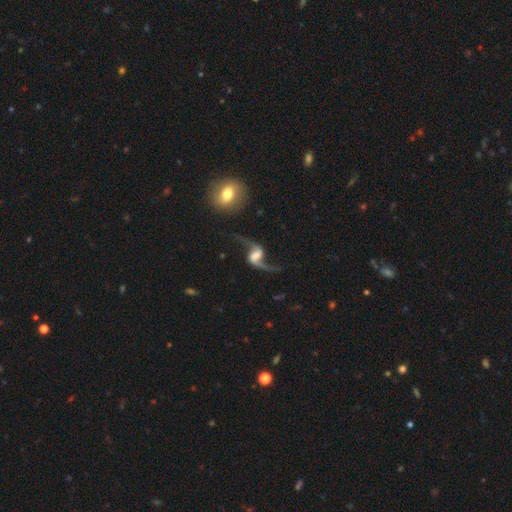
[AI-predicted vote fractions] A featured or disk galaxy (90%) with a weak bar (45%), 2 (94%) loose (91%) spiral arms (97%) and no central bulge (28%).

Vote fractions:
- Smooth or featured? featured or disk: 90% / star or artifact: 5% / smooth: 5%
- Edge-on disk? no: 97% / yes: 3%
- Bar? weak: 45% / strong: 31% / no: 24%
- Spiral arms? yes: 97% / no: 3%
- Spiral winding? loose: 91% / medium: 7% / tight: 2%
- Spiral arm count? 2: 94% / 1: 2% / can't tell: 1% / 3: 1% / 4: 1% / more than 4: 1%
- Bulge size? none: 28% / moderate: 25% / small: 23% / large: 19% / dominant: 5%
- Merging? none: 72% / minor disturbance: 13% / major disturbance: 10% / merger: 5%